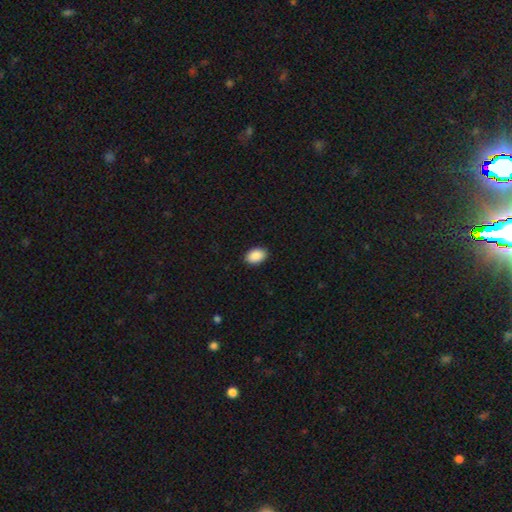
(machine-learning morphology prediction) Smooth or featured: smooth — 91% (star or artifact — 7%)
How rounded: in between — 88% (round — 11%)
Merging: none — 90% (minor disturbance — 7%)